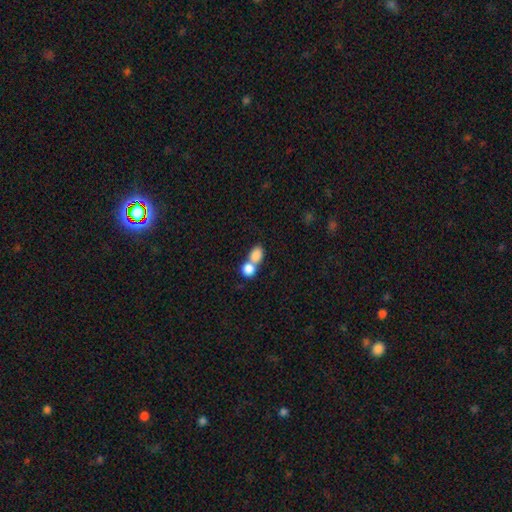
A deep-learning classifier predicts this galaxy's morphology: A smooth galaxy with no disk features (83%) that is in between round and cigar-shaped (54%).

Vote fractions:
- Smooth or featured? smooth: 83% / featured or disk: 9% / star or artifact: 8%
- How rounded? in between: 54% / round: 44% / cigar-shaped: 2%
- Merging? merger: 63% / none: 28% / minor disturbance: 6% / major disturbance: 3%